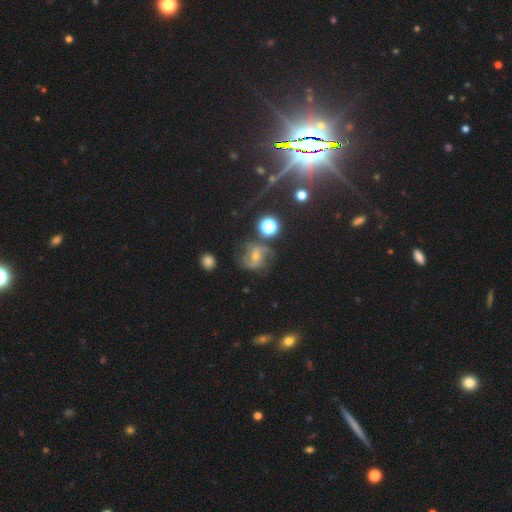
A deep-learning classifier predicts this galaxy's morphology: Smooth or featured: featured or disk — 68% (smooth — 16%)
Edge-on disk: no — 97% (yes — 3%)
Bar: no — 41% (weak — 38%)
Spiral arms: yes — 91% (no — 9%)
Spiral winding: medium — 44% (loose — 40%)
Spiral arm count: 2 — 69% (can't tell — 12%)
Bulge size: small — 52% (moderate — 43%)
Merging: none — 60% (minor disturbance — 21%)